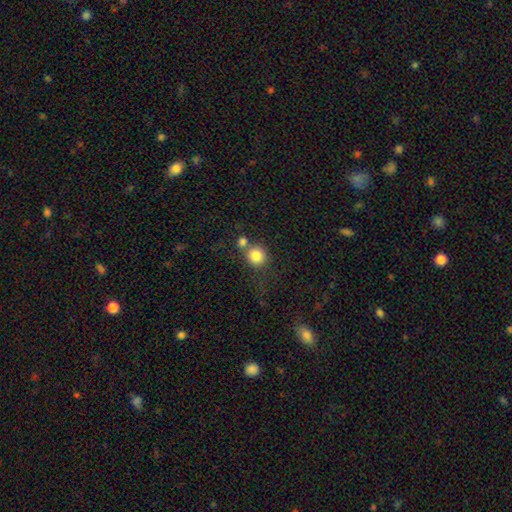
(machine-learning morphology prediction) Smooth or featured?
  - smooth: 83% *
  - star or artifact: 11%
  - featured or disk: 7%
How rounded?
  - round: 90% *
  - in between: 9%
  - cigar-shaped: 1%
Merging?
  - none: 60% *
  - merger: 26%
  - minor disturbance: 9%
  - major disturbance: 4%